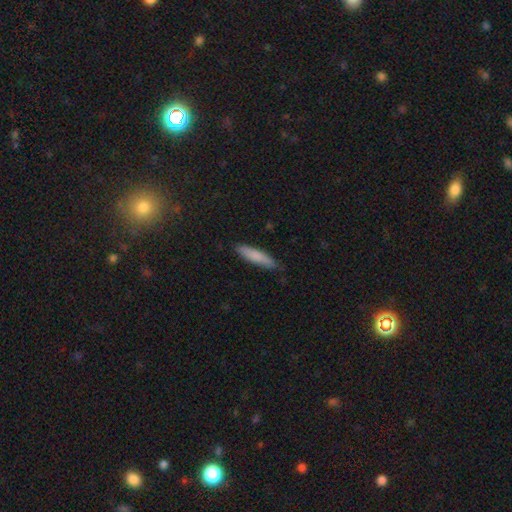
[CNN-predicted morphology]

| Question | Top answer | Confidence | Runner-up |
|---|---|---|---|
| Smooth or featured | smooth | 80% | featured or disk (14%) |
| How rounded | cigar-shaped | 82% | in between (16%) |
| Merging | none | 84% | minor disturbance (13%) |